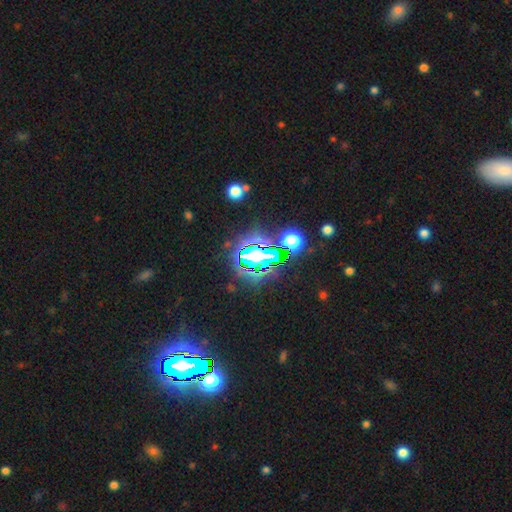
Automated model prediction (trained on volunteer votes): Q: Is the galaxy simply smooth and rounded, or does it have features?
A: star or artifact — 71%.